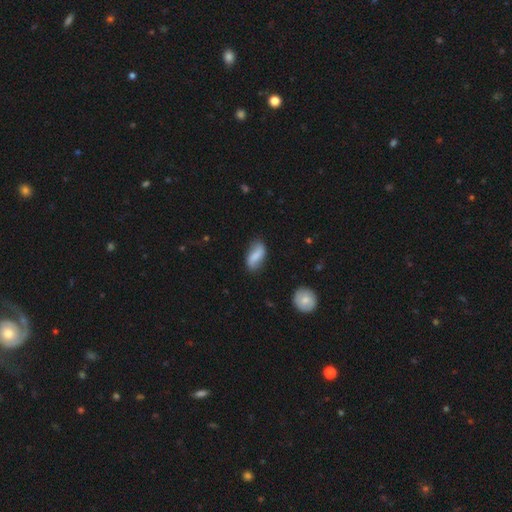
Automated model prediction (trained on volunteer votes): Smooth or featured? Predicted: smooth (p=0.67). How rounded? Predicted: in between (p=0.83). Merging? Predicted: none (p=0.75).